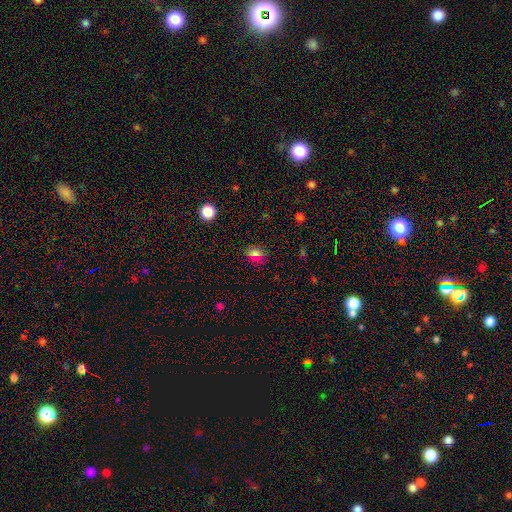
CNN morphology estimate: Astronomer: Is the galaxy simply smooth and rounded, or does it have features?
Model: smooth — 67%.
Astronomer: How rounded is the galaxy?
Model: round — 50% (runner-up: in between, 46%).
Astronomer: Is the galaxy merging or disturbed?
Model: none — 86%.